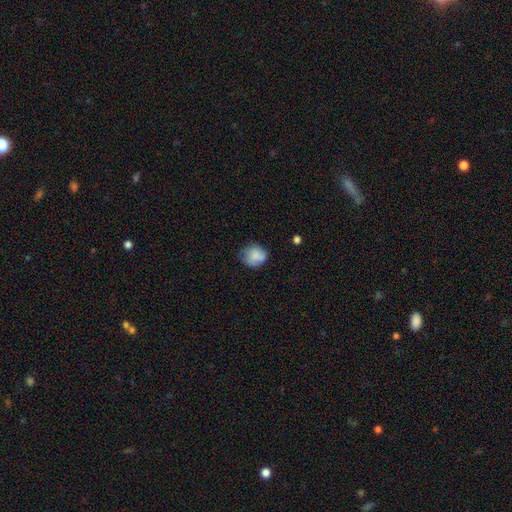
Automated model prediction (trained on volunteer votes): Smooth or featured?
  - smooth: 78% *
  - featured or disk: 14%
  - star or artifact: 8%
How rounded?
  - round: 74% *
  - in between: 25%
  - cigar-shaped: 1%
Merging?
  - none: 57% *
  - minor disturbance: 31%
  - major disturbance: 9%
  - merger: 3%